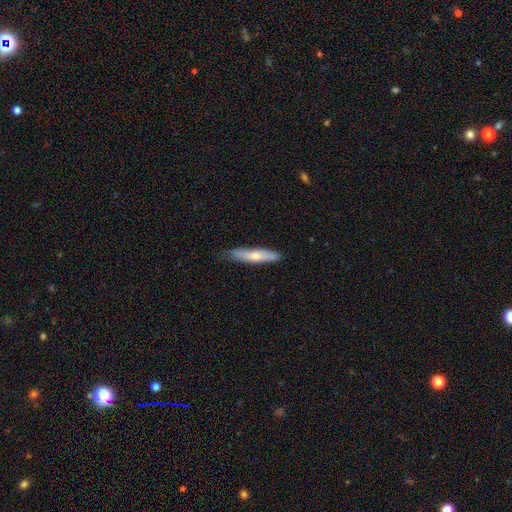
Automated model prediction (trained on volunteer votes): A smooth galaxy with no disk features (63%) that is cigar-shaped (86%). Merging: none (78%).